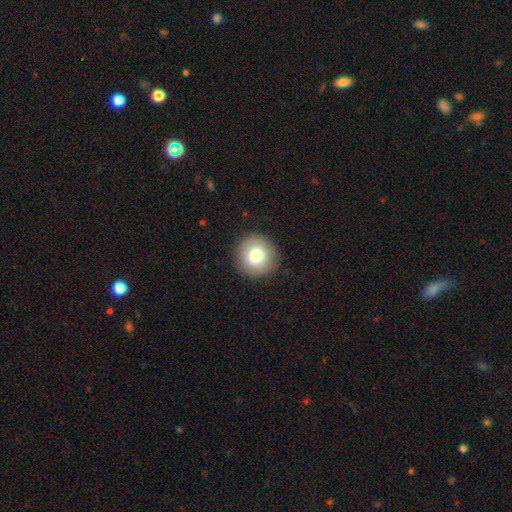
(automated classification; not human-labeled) smooth-or-featured: smooth: 78% | featured or disk: 12% | star or artifact: 10%
  how-rounded: round: 94% | in between: 5% | cigar-shaped: 1%
  merging: none: 91% | minor disturbance: 6% | major disturbance: 2% | merger: 1%